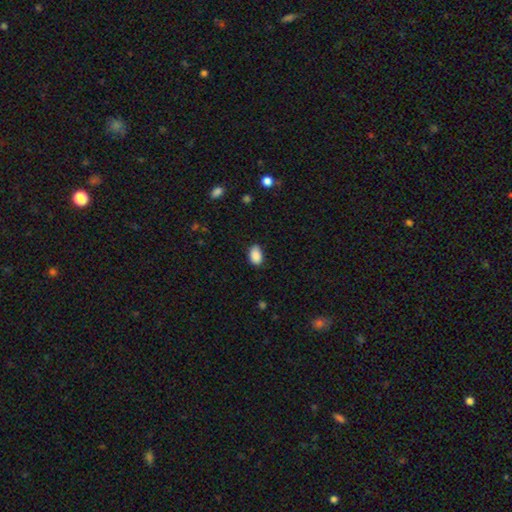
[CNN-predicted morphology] Q: Smooth or featured?
A: smooth (89%); runner-up: star or artifact (7%)
Q: How rounded?
A: in between (89%); runner-up: round (10%)
Q: Merging?
A: none (80%); runner-up: minor disturbance (16%)